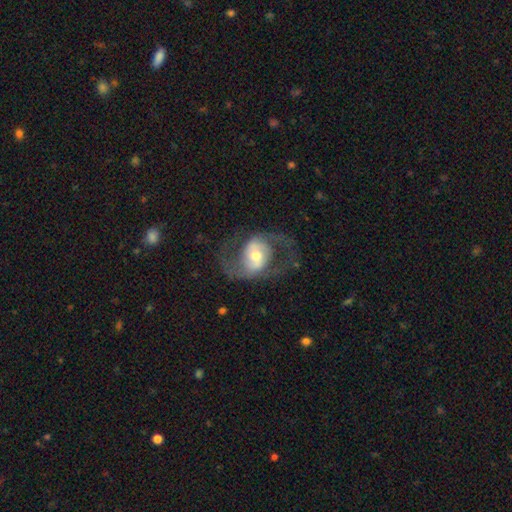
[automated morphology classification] featured or disk 82%, smooth 13%, star or artifact 6%. Down the decision tree: edge-on disk — no (97%); bar — weak (39%); spiral arms — yes (88%); spiral arm count — 2 (90%); spiral winding — medium (52%); bulge size — moderate (63%); merging — none (68%).